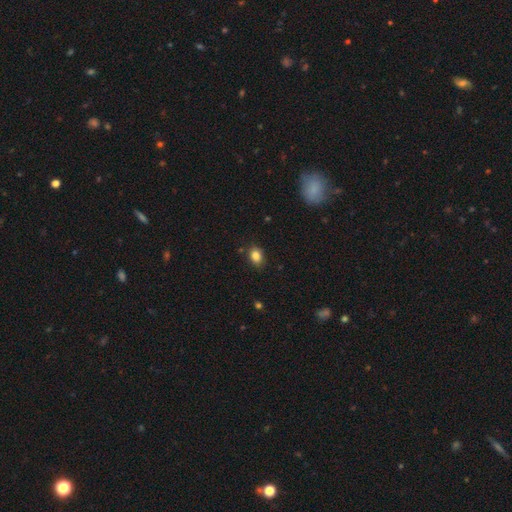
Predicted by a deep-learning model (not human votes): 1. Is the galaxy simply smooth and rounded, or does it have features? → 85% smooth, 10% star or artifact, 5% featured or disk.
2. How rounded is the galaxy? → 68% in between, 30% round, 1% cigar-shaped.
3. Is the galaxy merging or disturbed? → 84% none, 12% minor disturbance, 3% major disturbance, 2% merger.